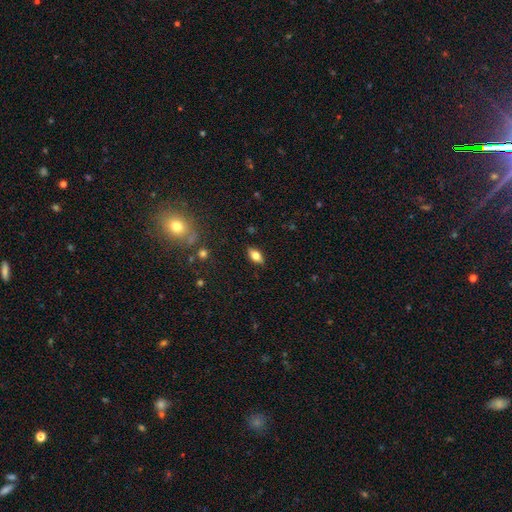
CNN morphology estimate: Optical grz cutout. It shows a smooth galaxy with no disk features (69%) that is in between round and cigar-shaped (86%). Merging: none (87%).